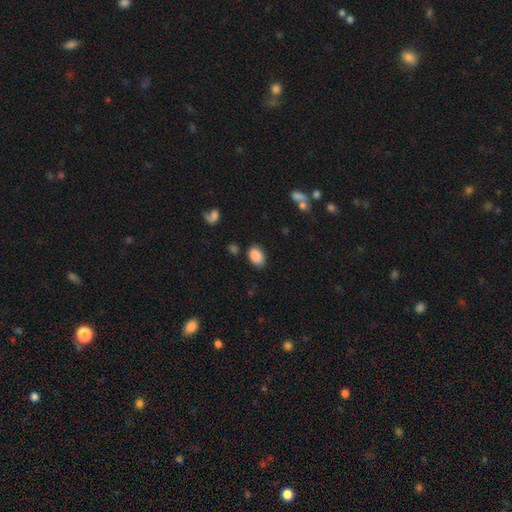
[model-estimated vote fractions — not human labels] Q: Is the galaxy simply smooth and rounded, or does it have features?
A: smooth — 88%.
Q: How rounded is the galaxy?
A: in between — 85%.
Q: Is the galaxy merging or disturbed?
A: none — 80%.